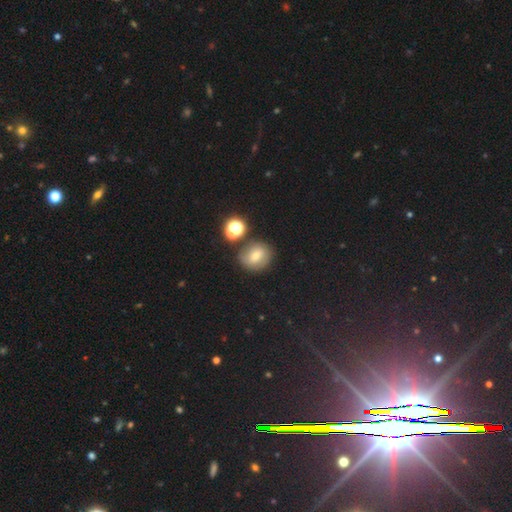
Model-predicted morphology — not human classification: smooth-or-featured: smooth: 59% | star or artifact: 23% | featured or disk: 17%
  how-rounded: round: 75% | in between: 23% | cigar-shaped: 1%
  merging: none: 76% | minor disturbance: 11% | merger: 9% | major disturbance: 4%